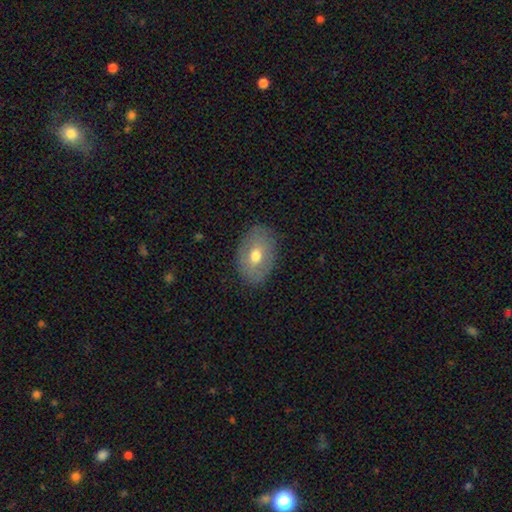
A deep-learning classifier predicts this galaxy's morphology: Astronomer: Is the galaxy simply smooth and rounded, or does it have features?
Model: smooth — 59%.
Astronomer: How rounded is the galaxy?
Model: in between — 81%.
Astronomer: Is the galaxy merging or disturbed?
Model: none — 82%.